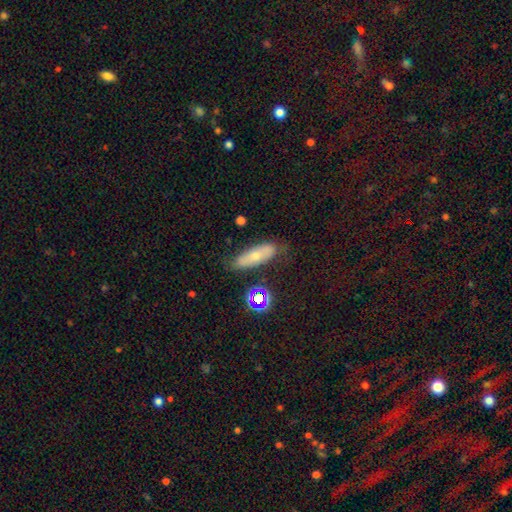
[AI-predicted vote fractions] smooth 55%, featured or disk 34%, star or artifact 11%. Down the decision tree: how rounded — in between (55%); merging — none (69%).